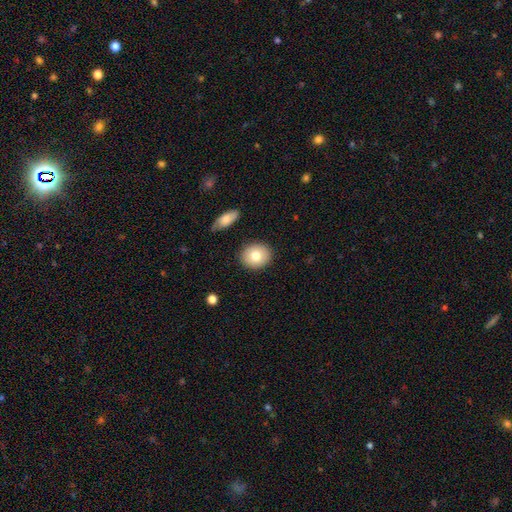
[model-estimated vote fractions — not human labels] Smooth or featured? smooth (77%)
How rounded? round (69%)
Merging? none (88%)